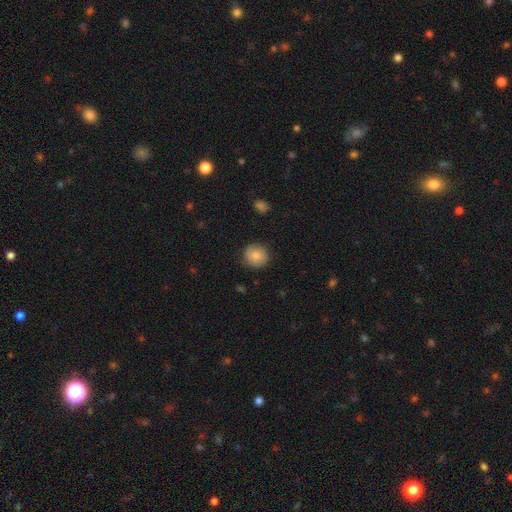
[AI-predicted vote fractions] Q: Smooth or featured?
A: smooth (81%); runner-up: featured or disk (11%)
Q: How rounded?
A: round (91%); runner-up: in between (8%)
Q: Merging?
A: none (85%); runner-up: minor disturbance (11%)